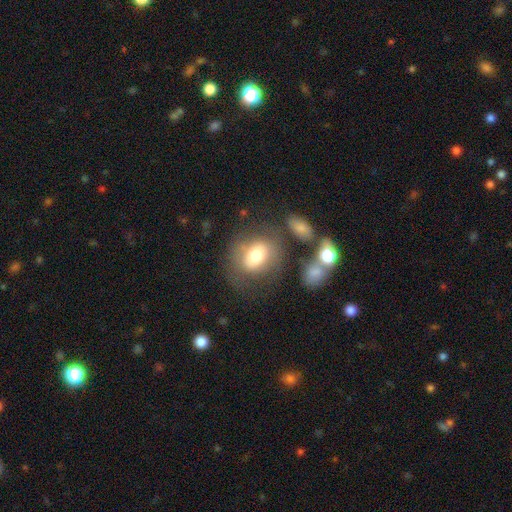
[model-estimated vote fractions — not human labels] Smooth or featured? smooth (65%)
How rounded? round (50%)
Merging? none (58%)